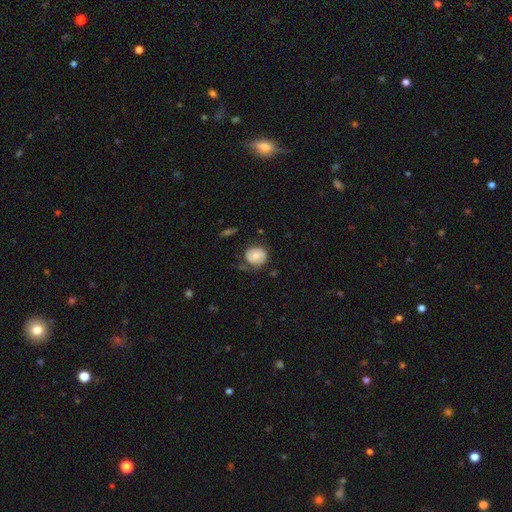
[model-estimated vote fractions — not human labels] Smooth or featured? Predicted: smooth (p=0.62). How rounded? Predicted: round (p=0.79). Merging? Predicted: none (p=0.63).